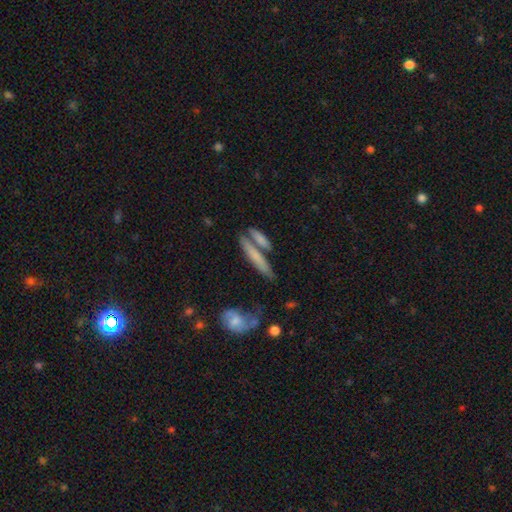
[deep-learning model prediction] Smooth or featured?
  - smooth: 58% *
  - featured or disk: 33%
  - star or artifact: 8%
How rounded?
  - cigar-shaped: 85% *
  - in between: 12%
  - round: 3%
Merging?
  - none: 53% *
  - merger: 28%
  - minor disturbance: 13%
  - major disturbance: 6%